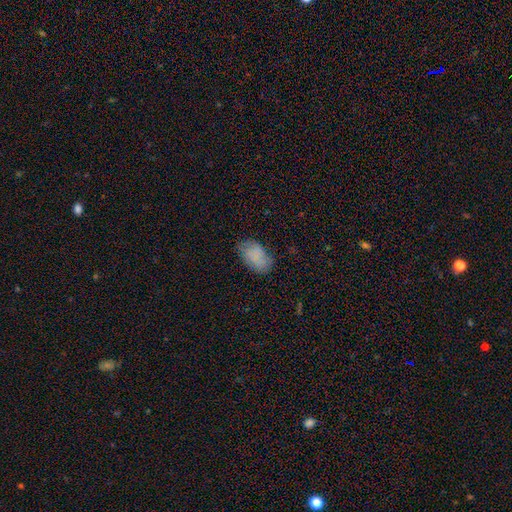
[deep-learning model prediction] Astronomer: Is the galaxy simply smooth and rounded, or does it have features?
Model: smooth — 77%.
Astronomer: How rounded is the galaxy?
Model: in between — 92%.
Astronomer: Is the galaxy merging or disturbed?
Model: none — 67%.